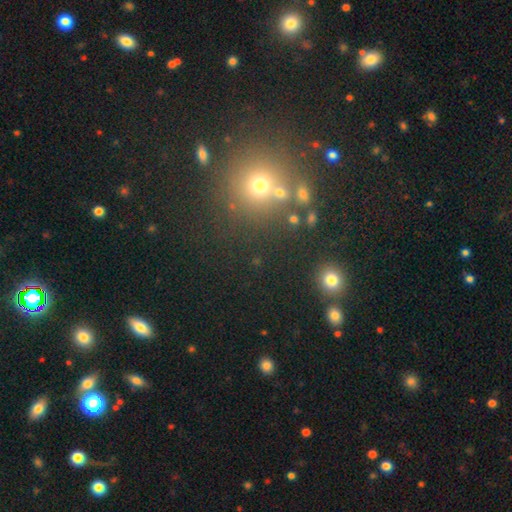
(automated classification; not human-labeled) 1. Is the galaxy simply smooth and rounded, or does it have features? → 46% smooth, 45% star or artifact, 8% featured or disk.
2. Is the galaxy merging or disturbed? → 80% none, 9% merger, 8% minor disturbance, 4% major disturbance.